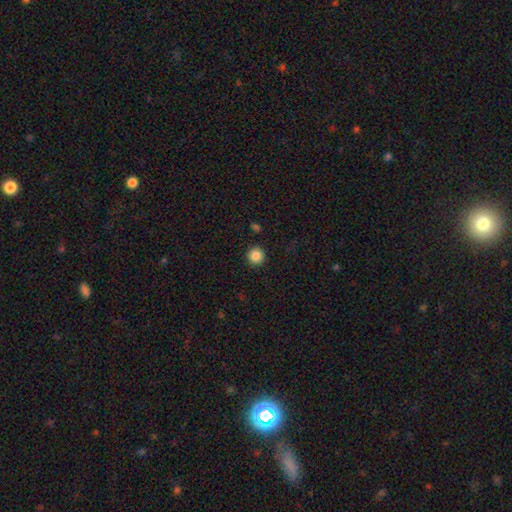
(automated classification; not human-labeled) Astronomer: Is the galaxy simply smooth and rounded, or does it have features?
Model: smooth — 86%.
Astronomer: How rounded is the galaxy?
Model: round — 95%.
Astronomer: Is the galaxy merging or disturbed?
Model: none — 92%.